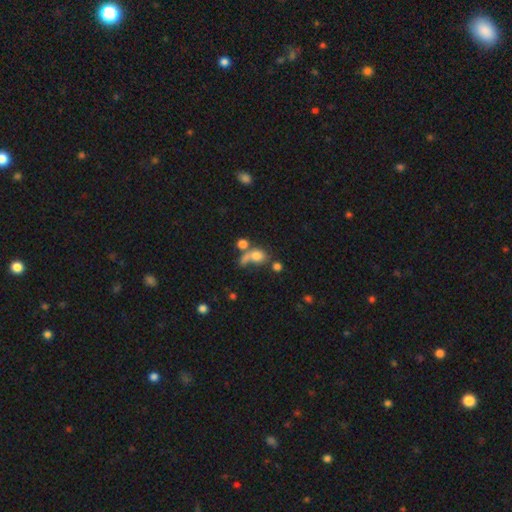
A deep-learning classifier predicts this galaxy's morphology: This appears to be a smooth galaxy with no disk features (68%) that is round (60%). Merging: merger (39%).